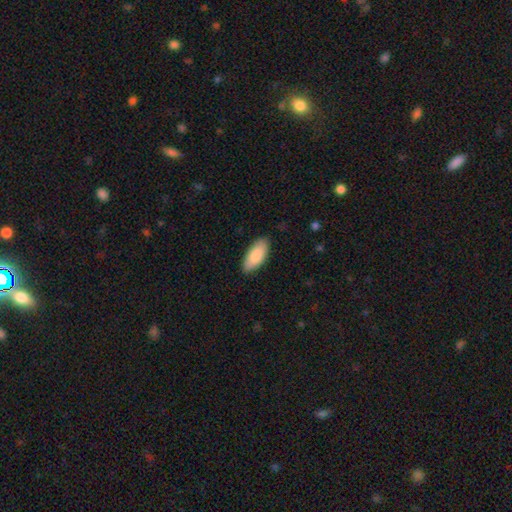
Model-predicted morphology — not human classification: This appears to be a smooth galaxy with no disk features (87%) that is in between round and cigar-shaped (88%). Merging: none (86%).